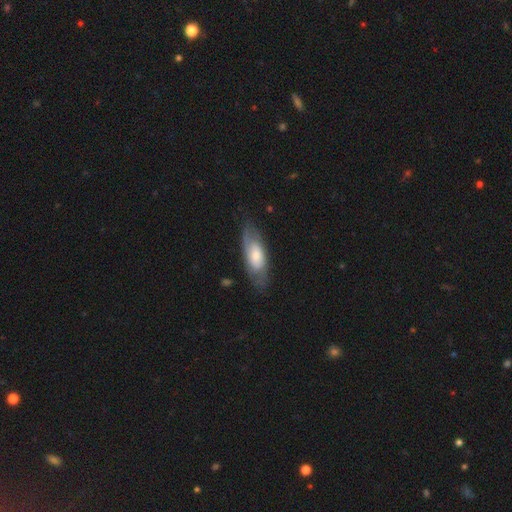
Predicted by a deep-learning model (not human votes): A smooth galaxy with no disk features (48%). Merging: none (66%).